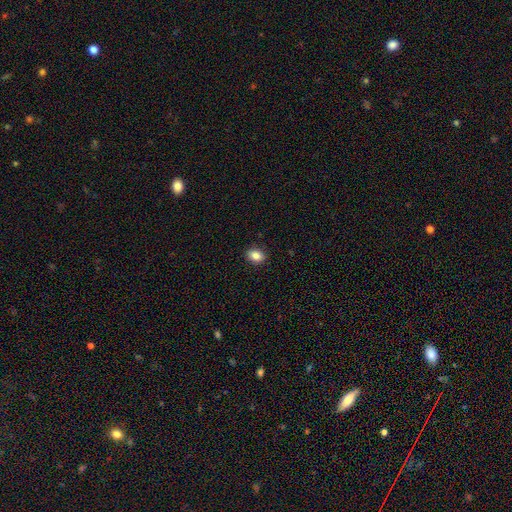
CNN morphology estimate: A smooth galaxy with no disk features (86%) that is in between round and cigar-shaped (68%).

Vote fractions:
- Smooth or featured? smooth: 86% / star or artifact: 9% / featured or disk: 6%
- How rounded? in between: 68% / round: 30% / cigar-shaped: 1%
- Merging? none: 90% / minor disturbance: 7% / major disturbance: 2% / merger: 1%